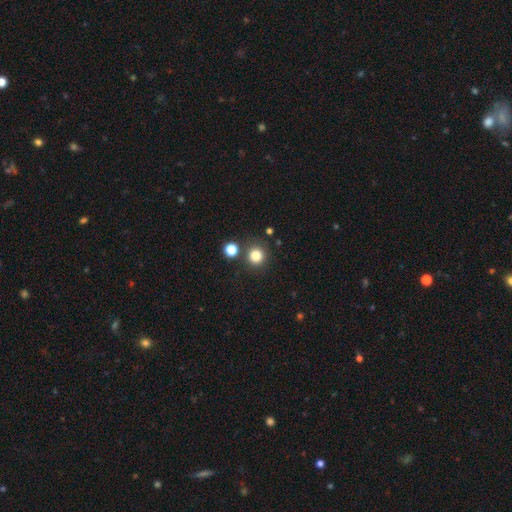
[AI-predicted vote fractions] The model was most divided on "smooth or featured": smooth: 82%, star or artifact: 13%, featured or disk: 5%. More confident: how rounded — round (93%); merging — none (83%).